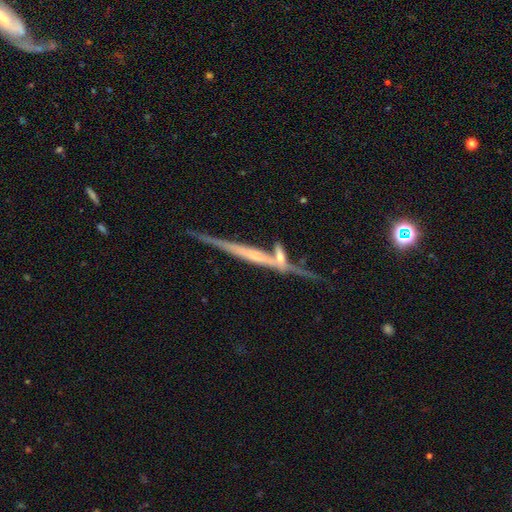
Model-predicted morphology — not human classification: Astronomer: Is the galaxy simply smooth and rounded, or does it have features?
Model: featured or disk — 76%.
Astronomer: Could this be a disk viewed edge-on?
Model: yes — 95%.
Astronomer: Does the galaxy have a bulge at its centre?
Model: none — 54% (runner-up: rounded, 33%).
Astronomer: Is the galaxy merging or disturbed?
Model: none — 62%.